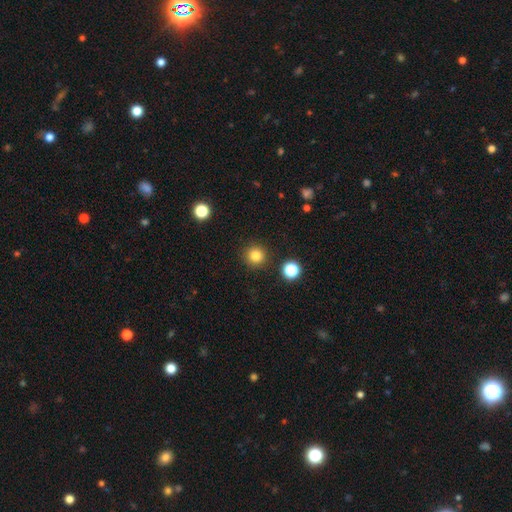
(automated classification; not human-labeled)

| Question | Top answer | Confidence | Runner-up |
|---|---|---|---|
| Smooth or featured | smooth | 83% | star or artifact (13%) |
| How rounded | round | 95% | in between (4%) |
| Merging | none | 90% | minor disturbance (6%) |